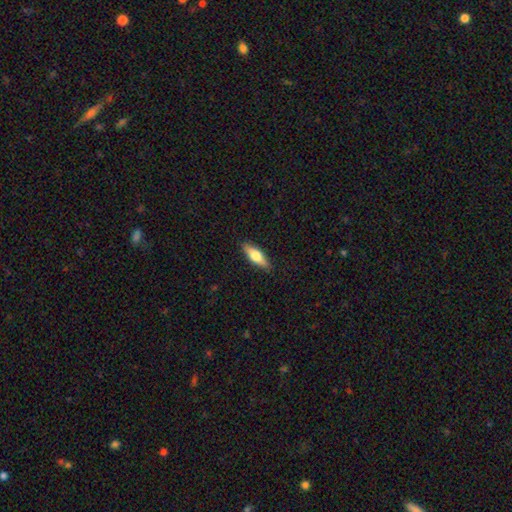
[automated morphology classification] Q: Smooth or featured?
A: smooth (60%); runner-up: featured or disk (35%)
Q: How rounded?
A: in between (54%); runner-up: cigar-shaped (43%)
Q: Merging?
A: none (89%); runner-up: minor disturbance (8%)